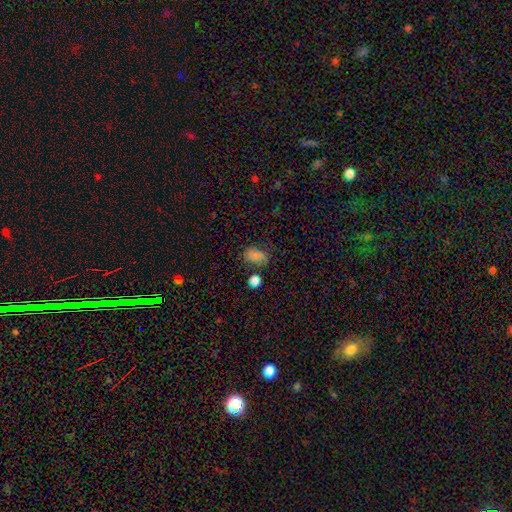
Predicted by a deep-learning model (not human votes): Q: Smooth or featured?
A: smooth (82%); runner-up: star or artifact (12%)
Q: How rounded?
A: in between (83%); runner-up: round (15%)
Q: Merging?
A: none (61%); runner-up: minor disturbance (22%)